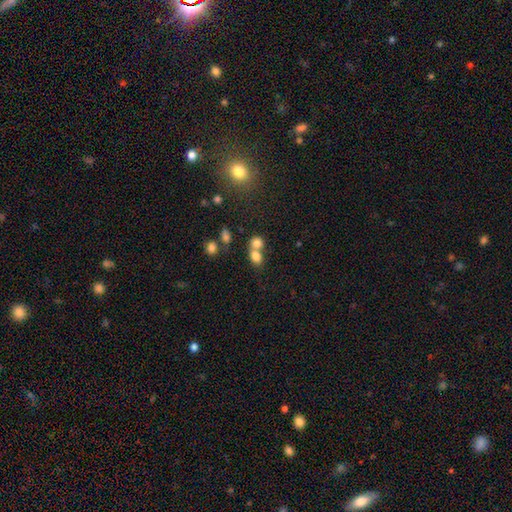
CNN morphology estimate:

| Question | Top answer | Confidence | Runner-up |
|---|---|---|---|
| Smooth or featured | smooth | 77% | star or artifact (12%) |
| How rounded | round | 51% | in between (48%) |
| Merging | merger | 57% | none (33%) |